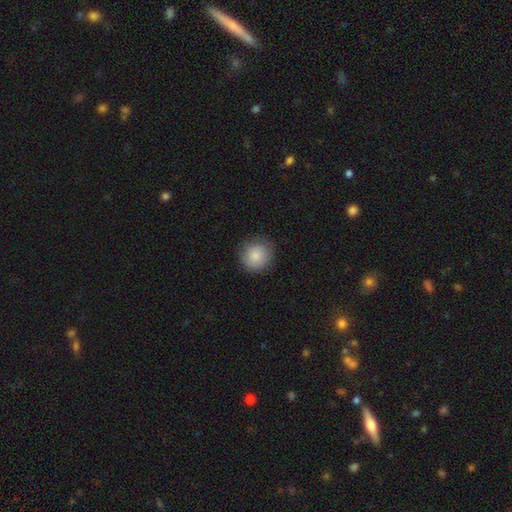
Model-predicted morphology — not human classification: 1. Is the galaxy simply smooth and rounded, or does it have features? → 85% smooth, 8% featured or disk, 7% star or artifact.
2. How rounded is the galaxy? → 92% round, 7% in between, 1% cigar-shaped.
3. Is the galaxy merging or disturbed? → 83% none, 13% minor disturbance, 3% major disturbance, 1% merger.